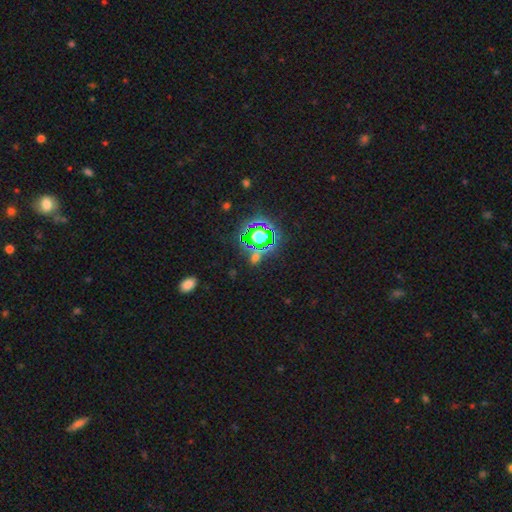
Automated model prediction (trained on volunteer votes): A star or artifact, not a galaxy (72%).